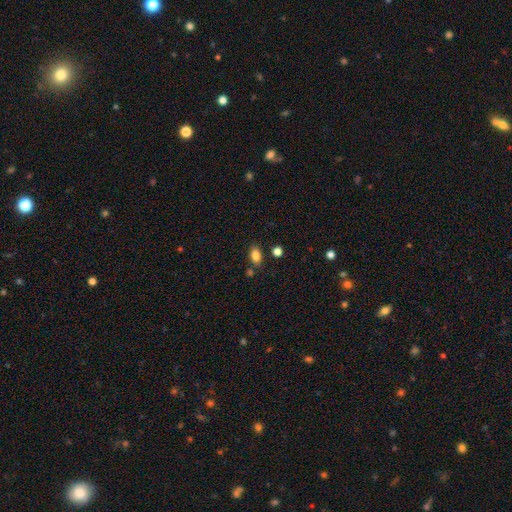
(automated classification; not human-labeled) Smooth or featured? Predicted: smooth (p=0.84). How rounded? Predicted: in between (p=0.86). Merging? Predicted: none (p=0.77).